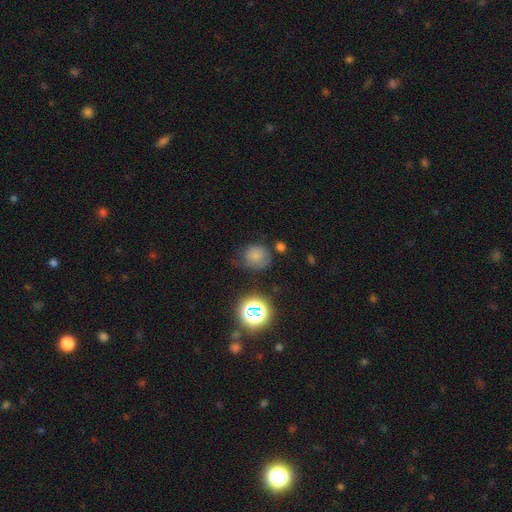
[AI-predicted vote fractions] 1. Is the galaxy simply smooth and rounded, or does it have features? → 70% smooth, 19% star or artifact, 11% featured or disk.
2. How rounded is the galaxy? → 80% round, 19% in between, 1% cigar-shaped.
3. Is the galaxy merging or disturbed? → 55% none, 29% minor disturbance, 12% major disturbance, 5% merger.